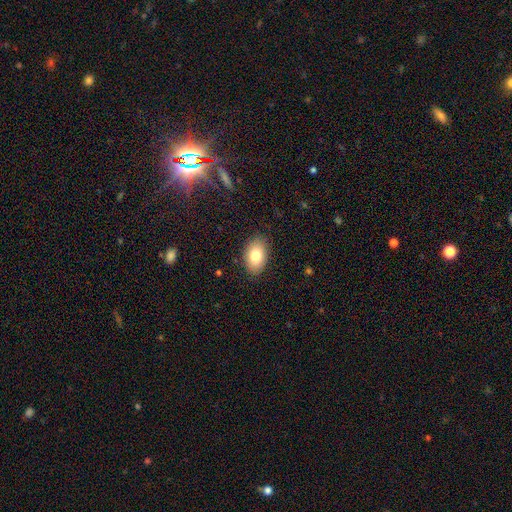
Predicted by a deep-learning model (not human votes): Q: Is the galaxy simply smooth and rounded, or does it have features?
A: smooth — 81%.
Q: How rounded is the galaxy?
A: in between — 90%.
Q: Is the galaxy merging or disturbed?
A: none — 87%.